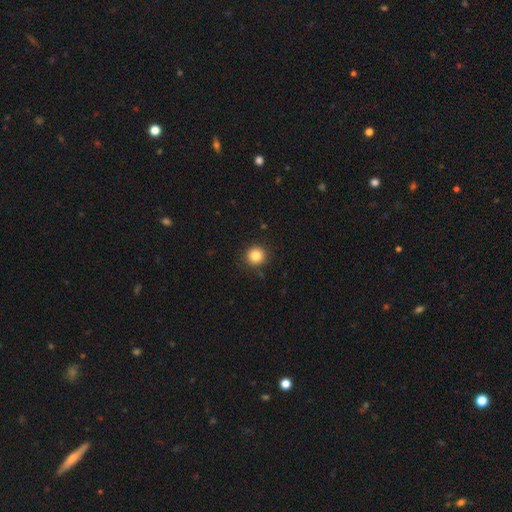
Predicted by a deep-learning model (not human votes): Smooth or featured? smooth (85%)
How rounded? round (93%)
Merging? none (90%)